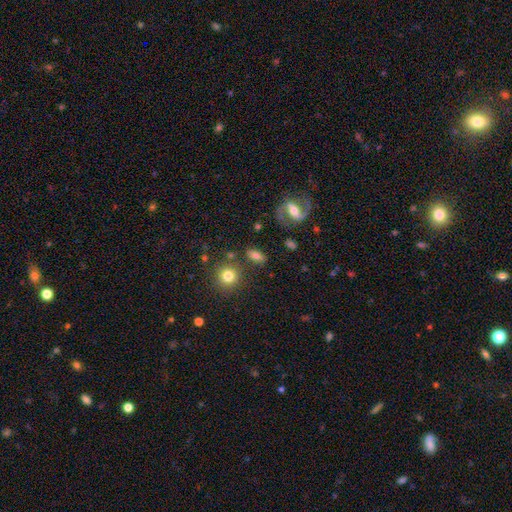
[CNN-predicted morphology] This is likely a smooth galaxy (67%). How rounded: likely in between (72%). Merging: likely none (78%).